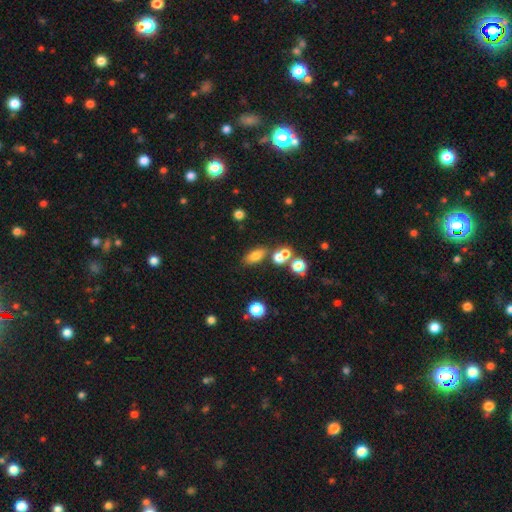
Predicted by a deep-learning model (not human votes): smooth 71%, star or artifact 15%, featured or disk 15%. Down the decision tree: how rounded — in between (75%); merging — none (65%).